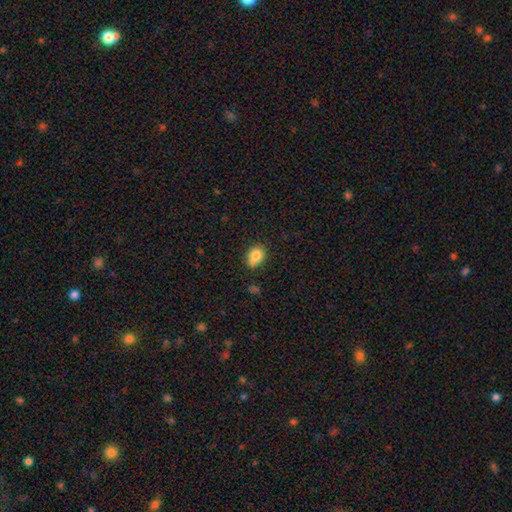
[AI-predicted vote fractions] The model was most divided on "how rounded": in between: 50%, round: 49%, cigar-shaped: 1%. More confident: smooth or featured — smooth (81%); merging — none (61%).